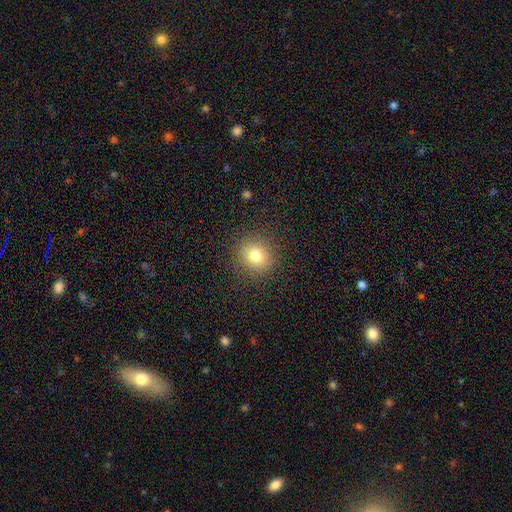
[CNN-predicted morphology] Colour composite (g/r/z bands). It shows a smooth galaxy with no disk features (78%) that is round (84%). Merging: none (89%).